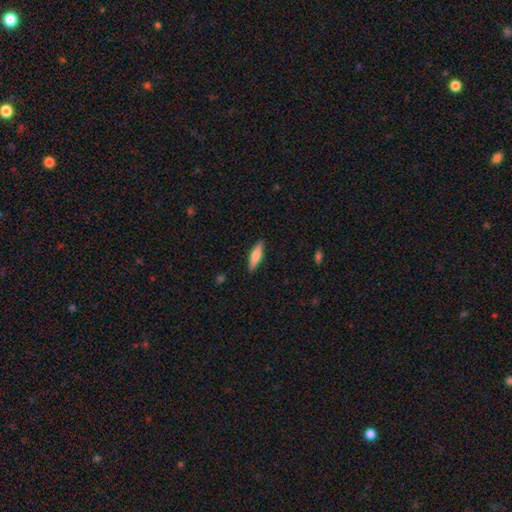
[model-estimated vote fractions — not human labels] A smooth galaxy with no disk features (68%) that is cigar-shaped (66%). Merging: none (89%).